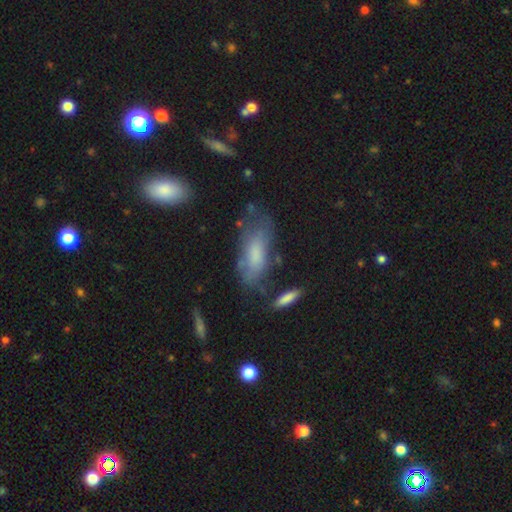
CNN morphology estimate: smooth-or-featured: smooth: 66% | featured or disk: 26% | star or artifact: 8%
  how-rounded: in between: 78% | cigar-shaped: 20% | round: 2%
  merging: none: 51% | minor disturbance: 27% | major disturbance: 15% | merger: 7%